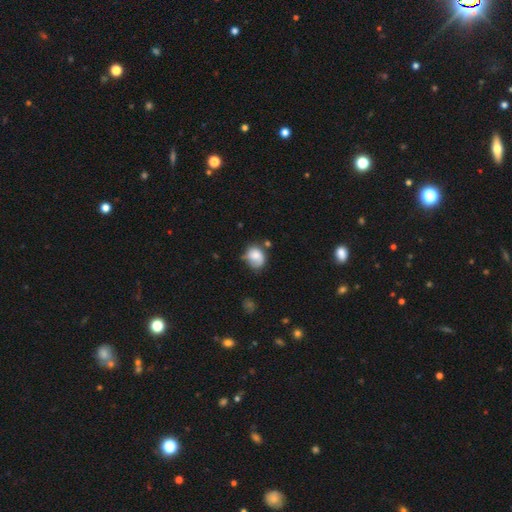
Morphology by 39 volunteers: type=smooth (92%); roundness=in between (56%); merging=none (61%).